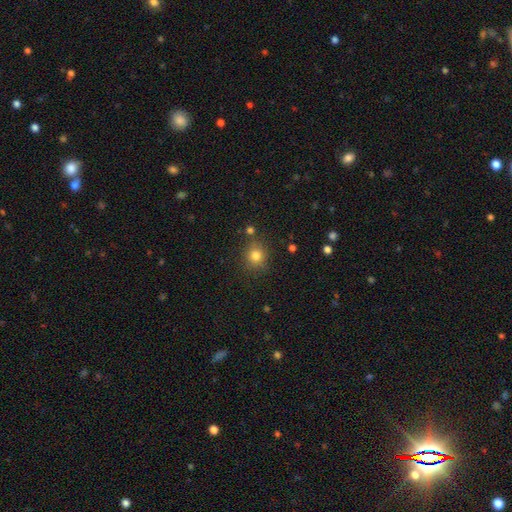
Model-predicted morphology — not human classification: The model was most divided on "smooth or featured": smooth: 80%, star or artifact: 13%, featured or disk: 7%. More confident: how rounded — round (85%); merging — none (81%).